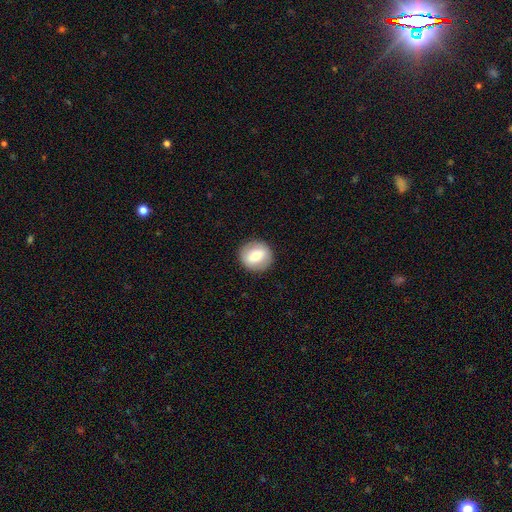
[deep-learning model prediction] This appears to be a smooth galaxy with no disk features (72%) that is round (87%). Merging: none (89%).